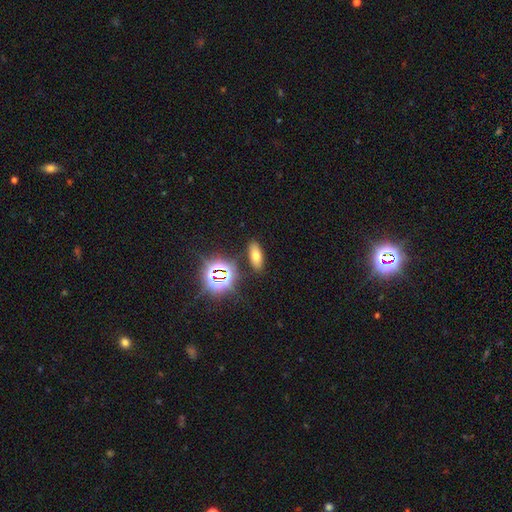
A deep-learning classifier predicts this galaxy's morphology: type=smooth (59%); roundness=in between (80%); merging=none (86%).